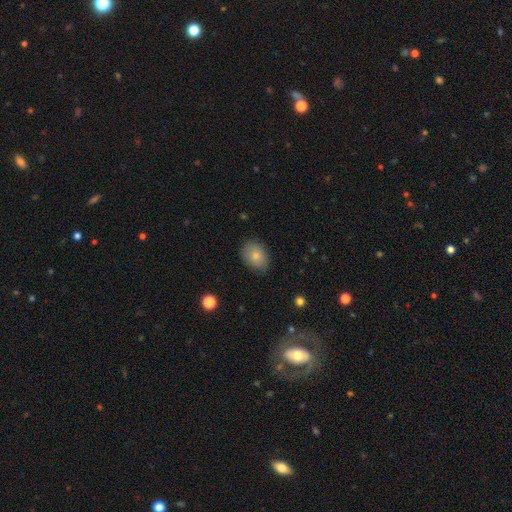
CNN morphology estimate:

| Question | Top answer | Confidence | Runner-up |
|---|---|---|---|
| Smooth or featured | smooth | 80% | featured or disk (12%) |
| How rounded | in between | 73% | round (26%) |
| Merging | none | 81% | minor disturbance (15%) |